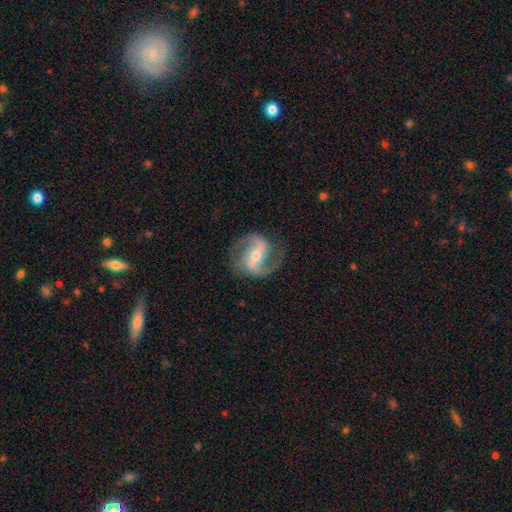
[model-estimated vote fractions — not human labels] Q: Smooth or featured?
A: featured or disk (90%); runner-up: smooth (6%)
Q: Edge-on disk?
A: no (97%); runner-up: yes (3%)
Q: Bar?
A: strong (52%); runner-up: weak (34%)
Q: Spiral arms?
A: yes (97%); runner-up: no (3%)
Q: Spiral winding?
A: medium (53%); runner-up: loose (30%)
Q: Spiral arm count?
A: 2 (91%); runner-up: 1 (2%)
Q: Bulge size?
A: moderate (52%); runner-up: small (44%)
Q: Merging?
A: none (81%); runner-up: minor disturbance (12%)